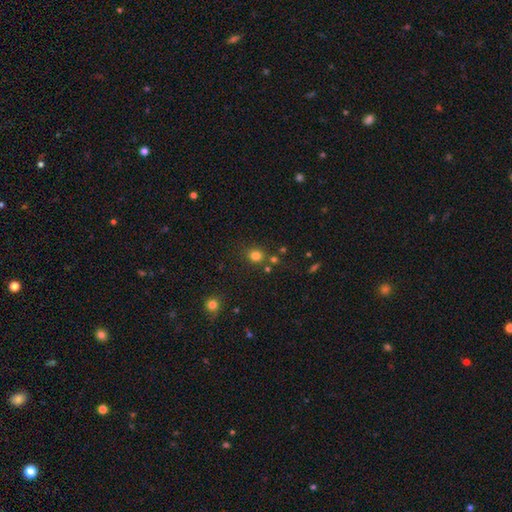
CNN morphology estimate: A smooth galaxy with no disk features (78%) that is round (84%). Merging: none (76%).